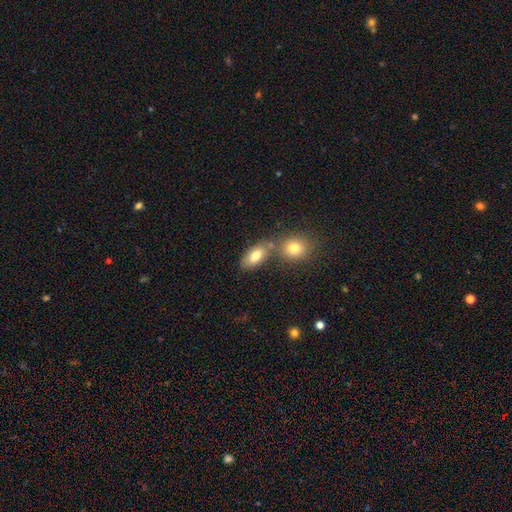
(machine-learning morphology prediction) The model was most divided on "merging": none: 55%, merger: 29%, minor disturbance: 12%, major disturbance: 4%. More confident: how rounded — in between (87%); smooth or featured — smooth (79%).